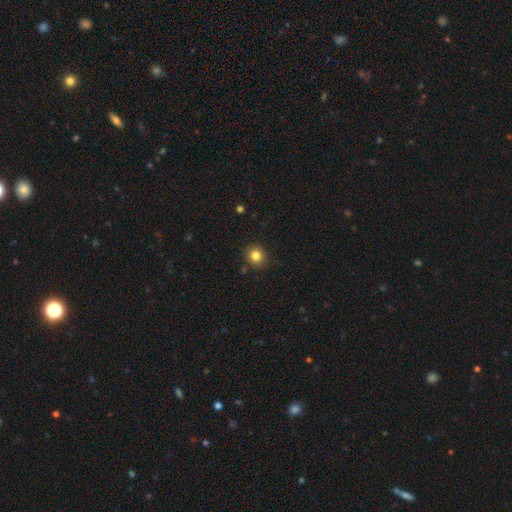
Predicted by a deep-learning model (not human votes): Q: Smooth or featured?
A: smooth (83%); runner-up: star or artifact (12%)
Q: How rounded?
A: round (86%); runner-up: in between (13%)
Q: Merging?
A: none (88%); runner-up: minor disturbance (8%)